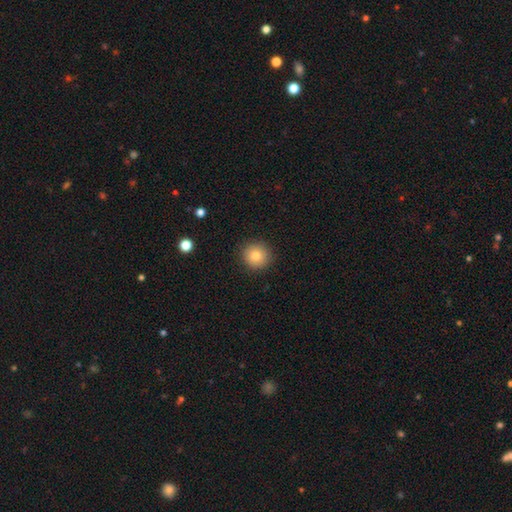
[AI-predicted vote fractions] This is clearly a smooth galaxy (81%). How rounded: clearly round (94%). Merging: clearly none (91%).